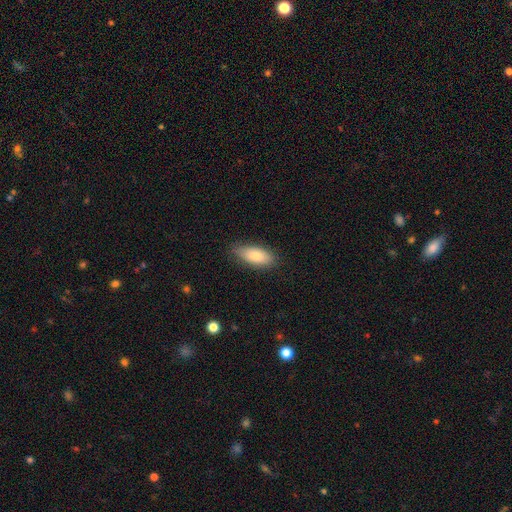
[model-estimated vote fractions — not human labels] Q: Smooth or featured?
A: smooth (80%); runner-up: featured or disk (14%)
Q: How rounded?
A: in between (80%); runner-up: cigar-shaped (17%)
Q: Merging?
A: none (82%); runner-up: minor disturbance (15%)